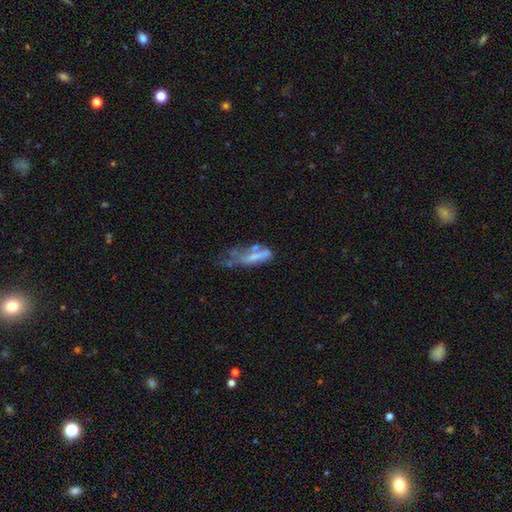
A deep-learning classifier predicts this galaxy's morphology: The model was most divided on "how rounded" (2-way tie): cigar-shaped: 49%, in between: 49%, round: 2%. Remaining: smooth or featured — smooth (51%); merging — major disturbance (38%).